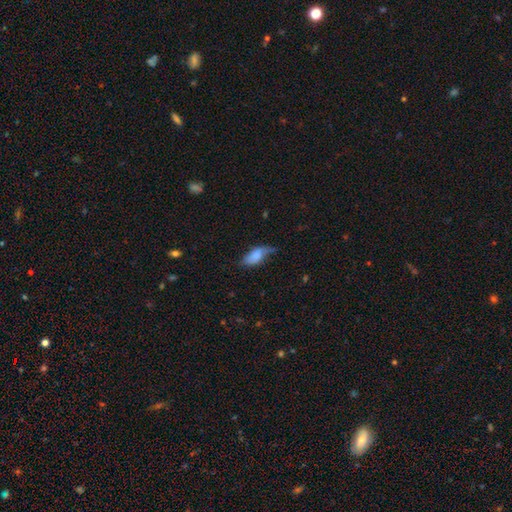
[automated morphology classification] A smooth galaxy with no disk features (67%) that is in between round and cigar-shaped (88%).

Vote fractions:
- Smooth or featured? smooth: 67% / featured or disk: 25% / star or artifact: 8%
- How rounded? in between: 88% / cigar-shaped: 8% / round: 3%
- Merging? minor disturbance: 41% / none: 34% / major disturbance: 22% / merger: 3%